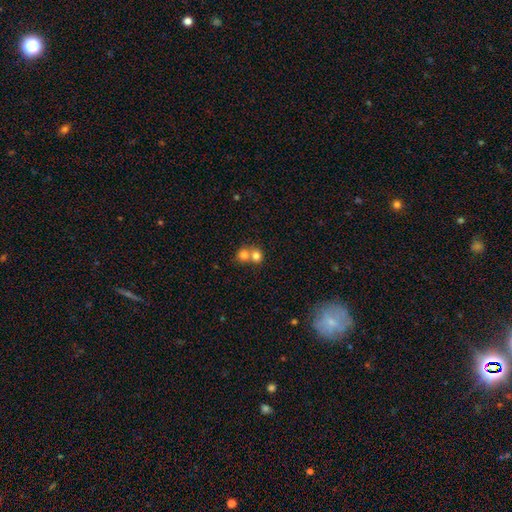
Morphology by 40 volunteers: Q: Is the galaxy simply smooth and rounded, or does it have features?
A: smooth — 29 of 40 (72%).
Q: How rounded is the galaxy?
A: round — 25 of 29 (86%).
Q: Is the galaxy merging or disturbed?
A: merger — 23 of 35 (66%).